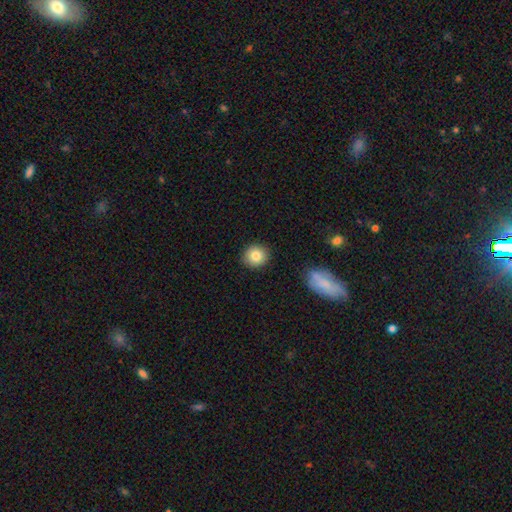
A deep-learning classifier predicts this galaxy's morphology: Smooth or featured? smooth (83%)
How rounded? round (87%)
Merging? none (88%)